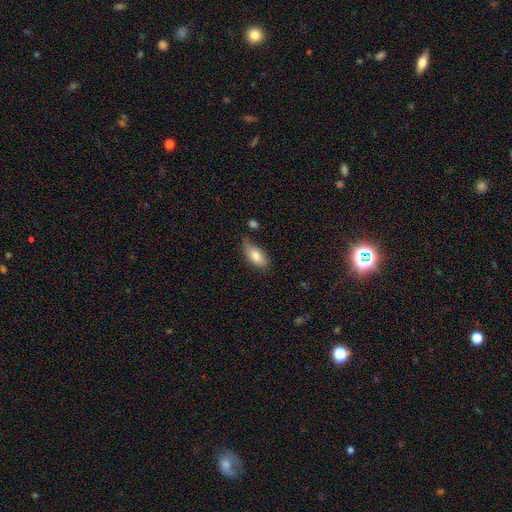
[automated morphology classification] type=smooth (79%); roundness=in between (90%); merging=none (55%).